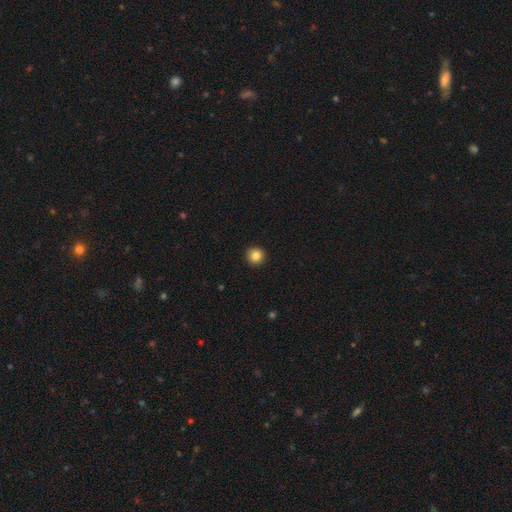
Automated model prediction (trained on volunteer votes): Smooth or featured: smooth — 85% (star or artifact — 10%)
How rounded: round — 94% (in between — 5%)
Merging: none — 93% (minor disturbance — 5%)